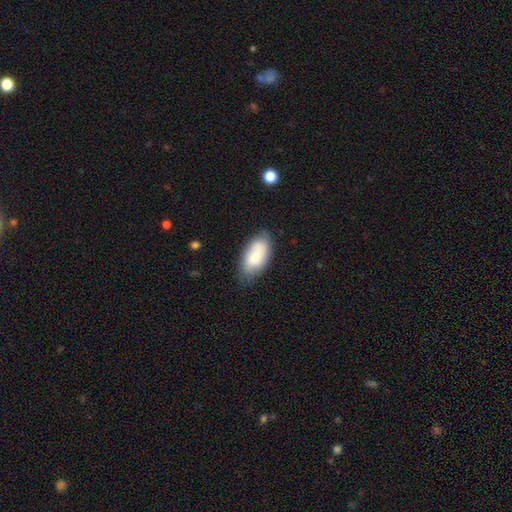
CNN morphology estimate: smooth 79%, featured or disk 15%, star or artifact 6%. Down the decision tree: how rounded — in between (93%); merging — none (71%).